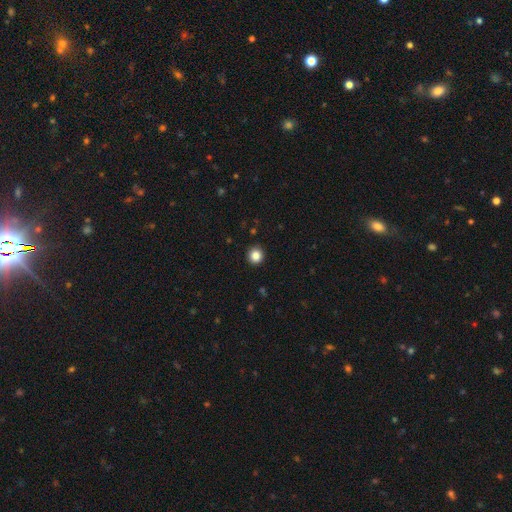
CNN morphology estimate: Smooth or featured?
  - smooth: 86% *
  - star or artifact: 11%
  - featured or disk: 3%
How rounded?
  - round: 92% *
  - in between: 7%
  - cigar-shaped: 1%
Merging?
  - none: 92% *
  - minor disturbance: 5%
  - major disturbance: 2%
  - merger: 1%